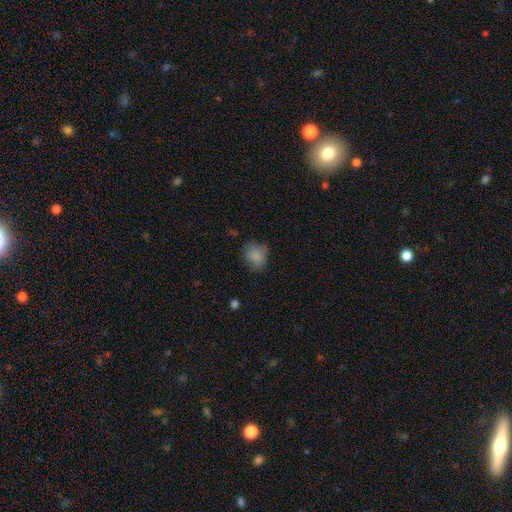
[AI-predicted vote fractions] Smooth or featured?
  - smooth: 83% *
  - star or artifact: 9%
  - featured or disk: 7%
How rounded?
  - round: 56% *
  - in between: 43%
  - cigar-shaped: 1%
Merging?
  - none: 70% *
  - minor disturbance: 22%
  - major disturbance: 6%
  - merger: 2%